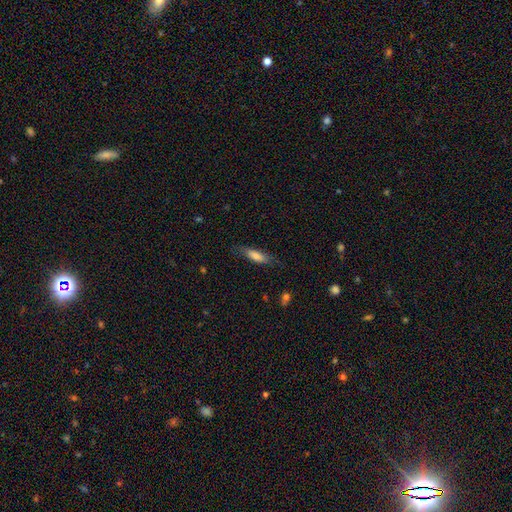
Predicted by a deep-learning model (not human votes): Smooth or featured?
  - smooth: 76% *
  - featured or disk: 17%
  - star or artifact: 7%
How rounded?
  - cigar-shaped: 57% *
  - in between: 41%
  - round: 2%
Merging?
  - none: 76% *
  - minor disturbance: 18%
  - major disturbance: 5%
  - merger: 1%